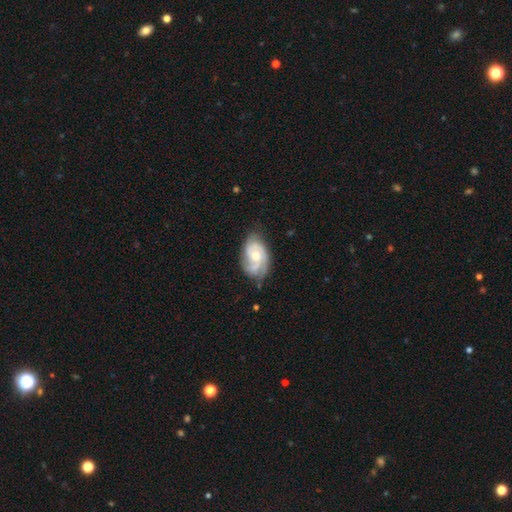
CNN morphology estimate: A featured or disk galaxy (79%) with no bar (71%), 3 (42%) tight (48%) spiral arms (94%) and a moderate central bulge (59%).

Vote fractions:
- Smooth or featured? featured or disk: 79% / smooth: 16% / star or artifact: 5%
- Edge-on disk? no: 97% / yes: 3%
- Bar? no: 71% / weak: 25% / strong: 4%
- Spiral arms? yes: 94% / no: 6%
- Spiral winding? tight: 48% / medium: 41% / loose: 11%
- Spiral arm count? 3: 42% / 2: 29% / can't tell: 16% / 4: 5% / 1: 4% / more than 4: 3%
- Bulge size? moderate: 59% / small: 35% / large: 3% / none: 1% / dominant: 1%
- Merging? none: 67% / minor disturbance: 24% / major disturbance: 8% / merger: 2%